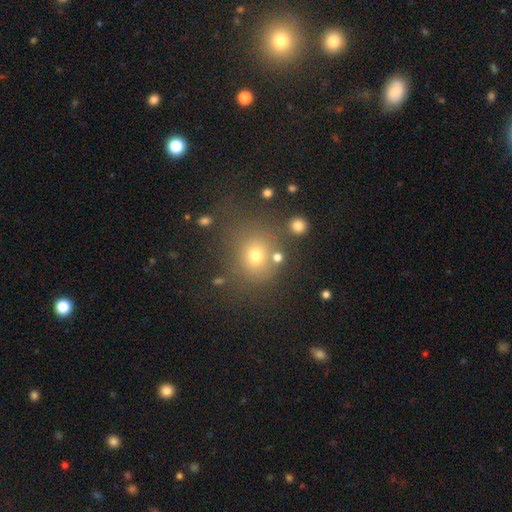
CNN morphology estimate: Smooth or featured?
  - smooth: 69% *
  - star or artifact: 19%
  - featured or disk: 11%
How rounded?
  - round: 73% *
  - in between: 25%
  - cigar-shaped: 1%
Merging?
  - none: 70% *
  - minor disturbance: 14%
  - merger: 9%
  - major disturbance: 8%